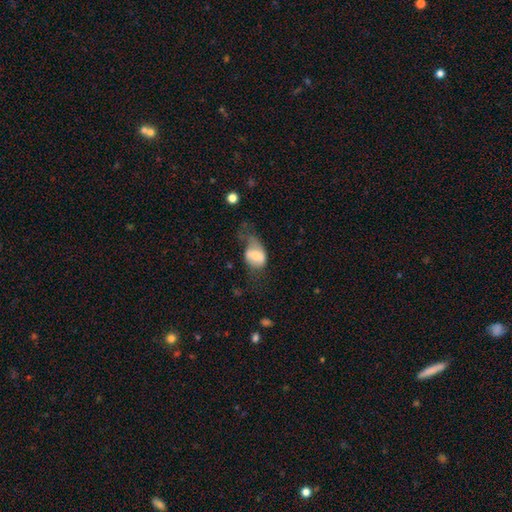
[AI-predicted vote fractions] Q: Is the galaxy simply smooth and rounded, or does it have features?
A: smooth — 56%.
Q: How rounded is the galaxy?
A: in between — 72%.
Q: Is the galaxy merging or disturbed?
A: major disturbance — 42%.